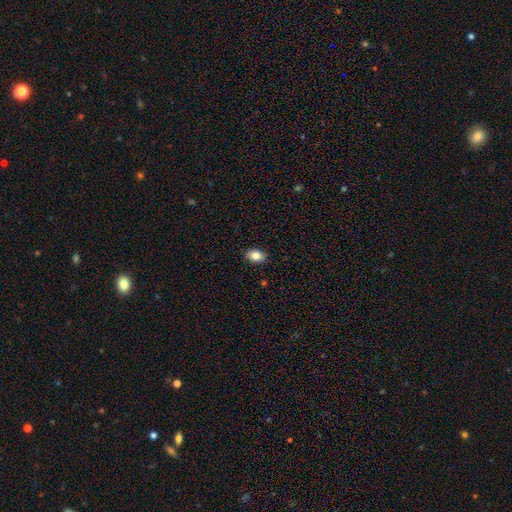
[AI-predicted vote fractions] smooth 84%, star or artifact 9%, featured or disk 7%. Down the decision tree: how rounded — in between (79%); merging — none (89%).